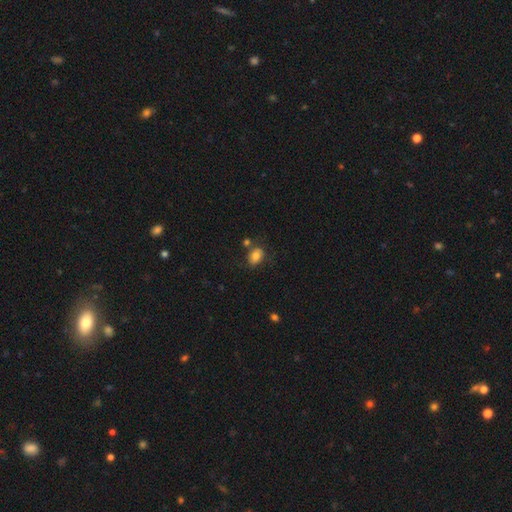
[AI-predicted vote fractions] Smooth or featured? Predicted: smooth (p=0.78). How rounded? Predicted: in between (p=0.75). Merging? Predicted: none (p=0.64).